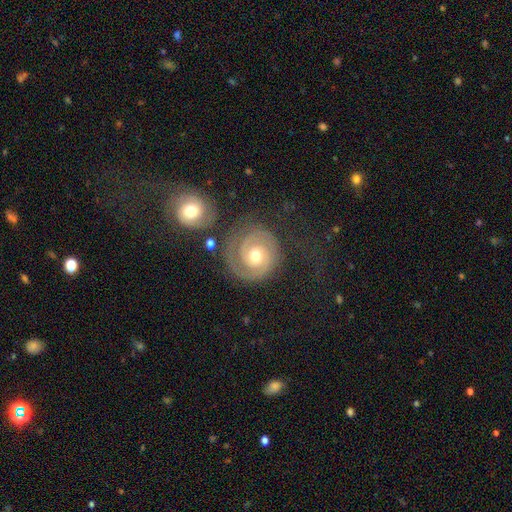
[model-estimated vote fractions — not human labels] Overall: featured or disk (84%). Edge-on disk: no (98%). Bar: no (71%). Spiral arms: yes (96%). Spiral arm count: 2 (70%). Spiral winding: tight (74%). Bulge size: moderate (75%). Merging: none (72%).